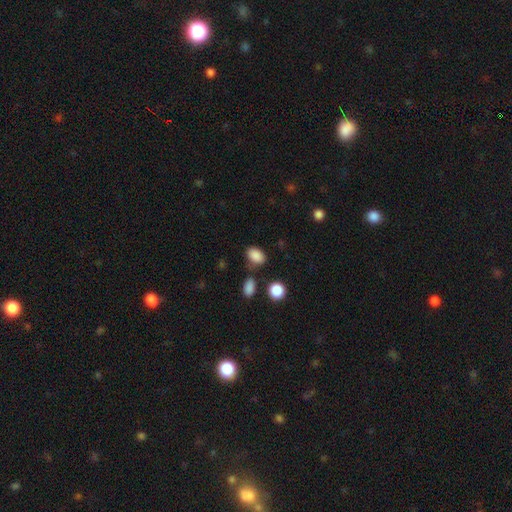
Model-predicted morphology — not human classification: This appears to be a smooth galaxy with no disk features (87%) that is in between round and cigar-shaped (81%). Merging: none (71%).